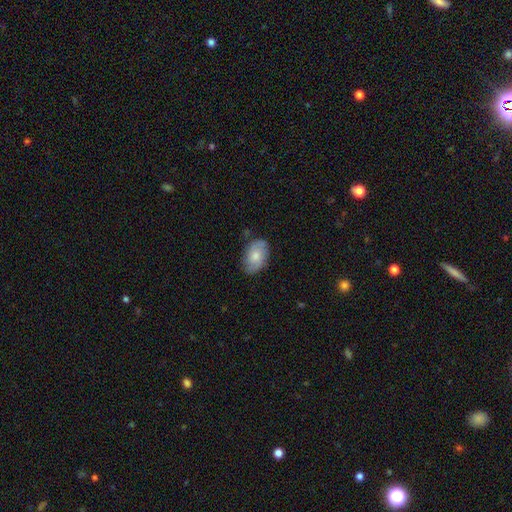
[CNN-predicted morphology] A smooth galaxy with no disk features (61%) that is in between round and cigar-shaped (88%). Merging: none (75%).